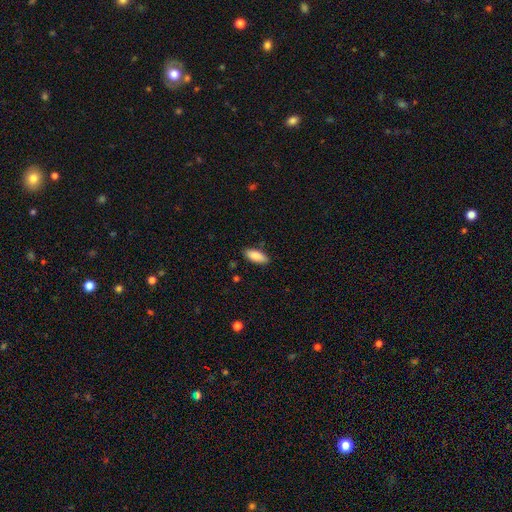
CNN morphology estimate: The model was most divided on "how rounded": in between: 81%, cigar-shaped: 17%, round: 2%. More confident: smooth or featured — smooth (87%); merging — none (87%).